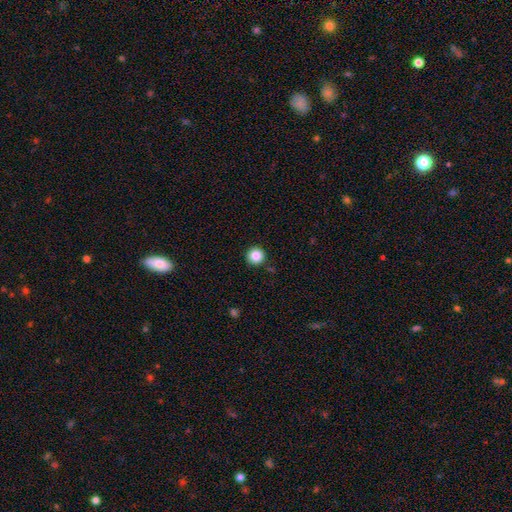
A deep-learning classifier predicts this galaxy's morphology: Overall: smooth (86%). How rounded: round (96%). Merging: none (91%).